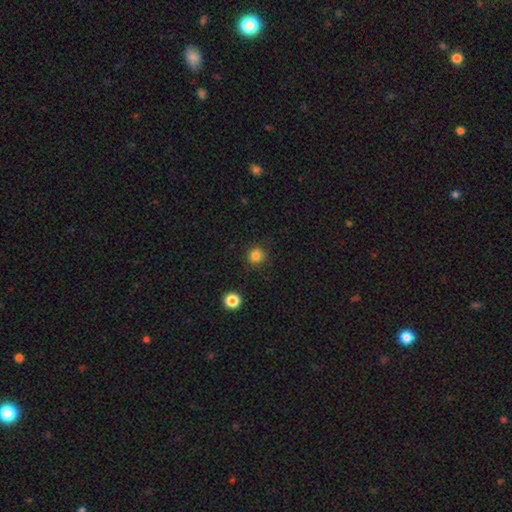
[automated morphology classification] type=smooth (83%); roundness=round (89%); merging=none (87%).